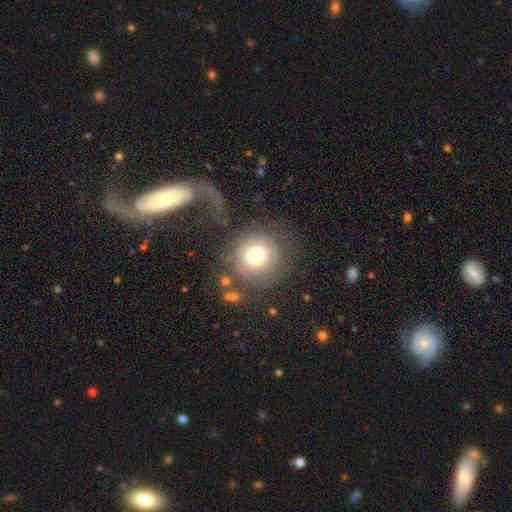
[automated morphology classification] A smooth galaxy with no disk features (66%) that is round (91%). Merging: none (58%).